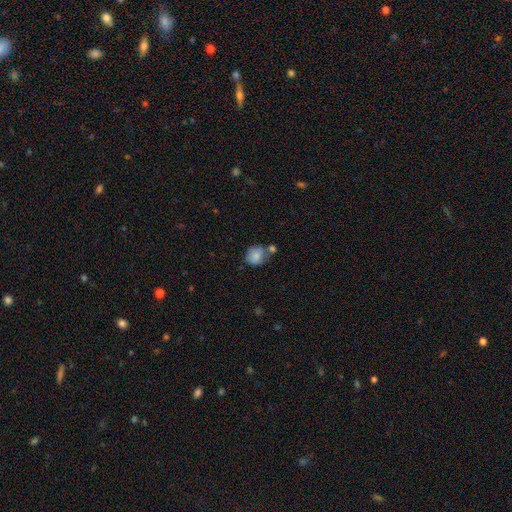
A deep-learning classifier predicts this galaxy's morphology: Q: Smooth or featured?
A: smooth (83%); runner-up: featured or disk (9%)
Q: How rounded?
A: round (71%); runner-up: in between (28%)
Q: Merging?
A: none (48%); runner-up: merger (24%)